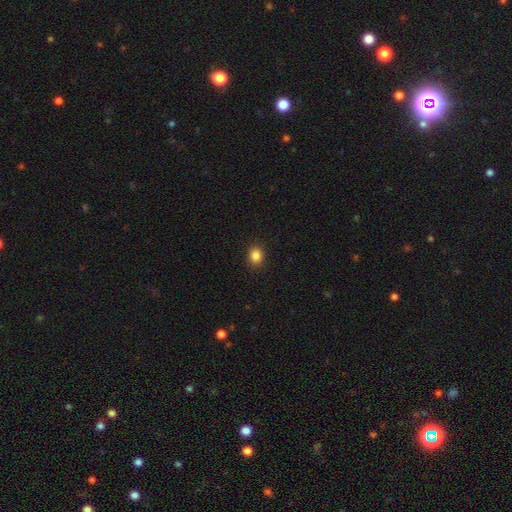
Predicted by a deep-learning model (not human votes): Overall: smooth (87%). How rounded: round (66%; in between 33%). Merging: none (91%).